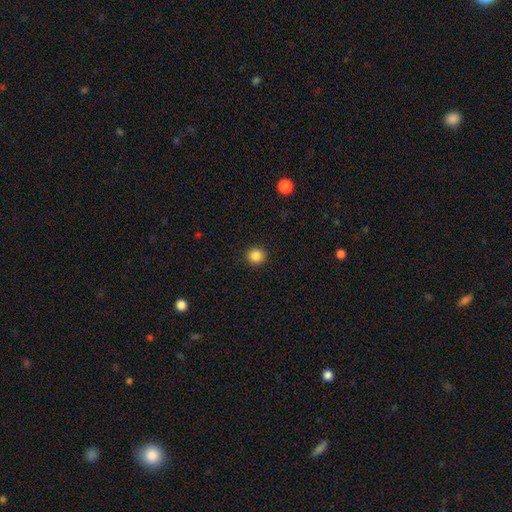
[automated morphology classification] smooth_or_featured: smooth (p=0.86) [alt: star or artifact p=0.10]
how_rounded: round (p=0.93) [alt: in between p=0.06]
merging: none (p=0.92) [alt: minor disturbance p=0.05]